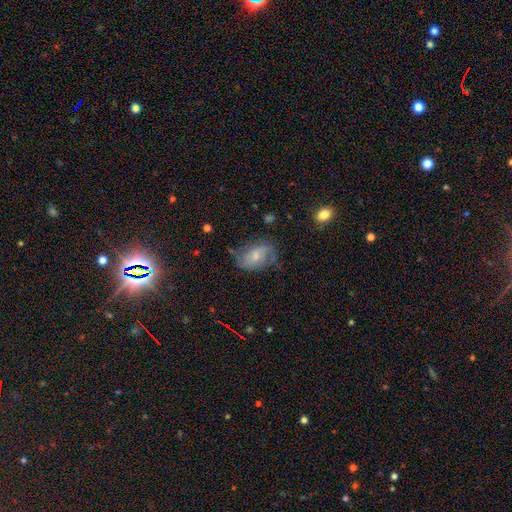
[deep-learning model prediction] A featured or disk galaxy (48%). Merging: none (57%).